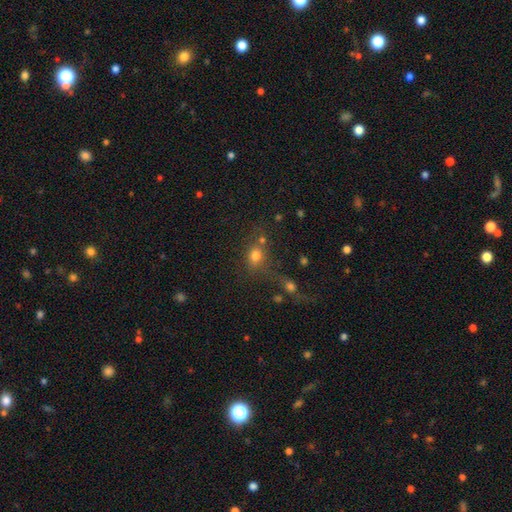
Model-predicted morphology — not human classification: Smooth or featured? smooth (74%)
How rounded? round (57%)
Merging? none (49%)